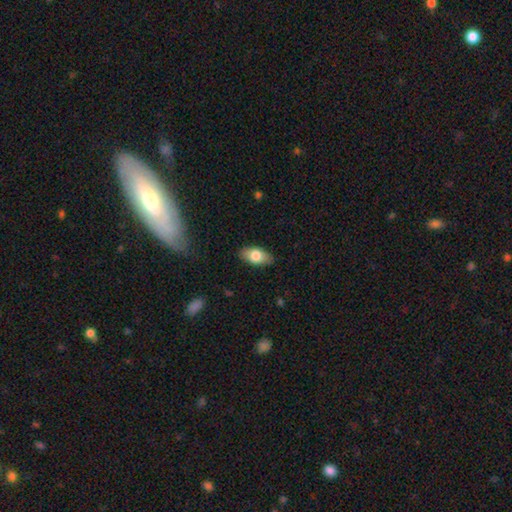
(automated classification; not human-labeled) A smooth galaxy with no disk features (76%) that is in between round and cigar-shaped (91%).

Vote fractions:
- Smooth or featured? smooth: 76% / featured or disk: 17% / star or artifact: 6%
- How rounded? in between: 91% / cigar-shaped: 5% / round: 4%
- Merging? none: 86% / minor disturbance: 11% / major disturbance: 2% / merger: 1%